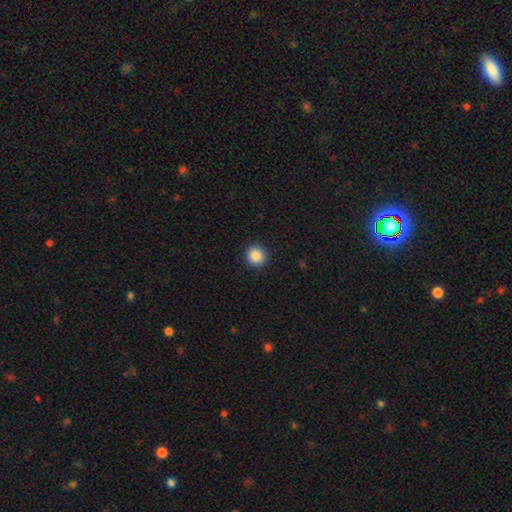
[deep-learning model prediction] smooth-or-featured: smooth: 88% | star or artifact: 10% | featured or disk: 3%
  how-rounded: round: 95% | in between: 4% | cigar-shaped: 1%
  merging: none: 92% | minor disturbance: 5% | major disturbance: 2% | merger: 1%